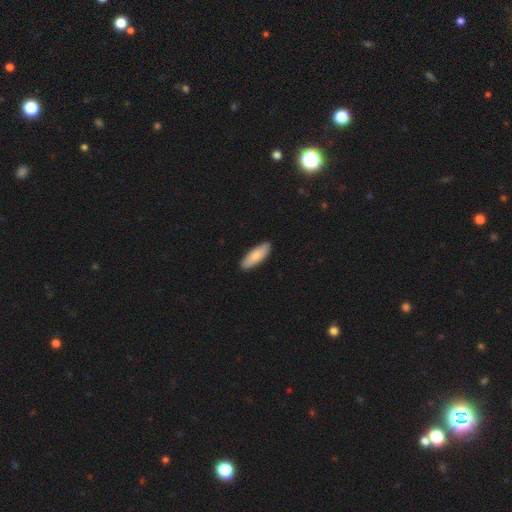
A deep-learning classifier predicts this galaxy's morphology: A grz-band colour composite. It shows a smooth galaxy with no disk features (80%) that is in between round and cigar-shaped (55%). Merging: none (91%).